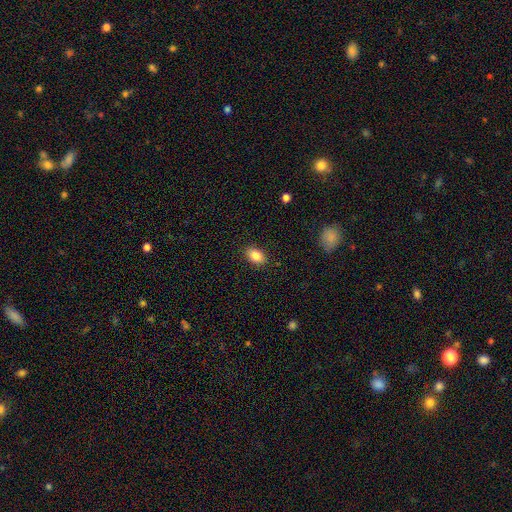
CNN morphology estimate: smooth_or_featured: smooth (p=0.85) [alt: star or artifact p=0.09]
how_rounded: in between (p=0.84) [alt: round p=0.14]
merging: none (p=0.88) [alt: minor disturbance p=0.09]